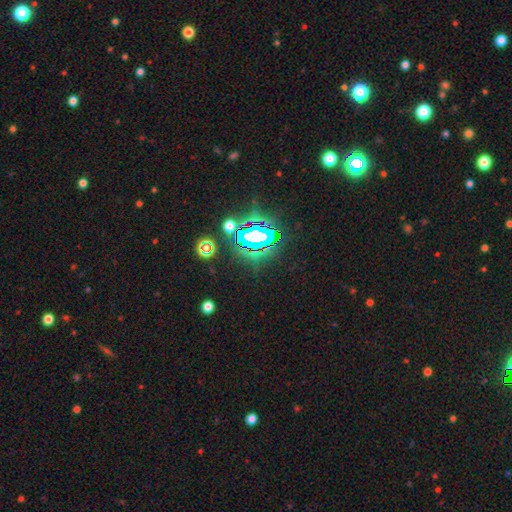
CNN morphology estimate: star or artifact 84%, smooth 9%, featured or disk 6%.